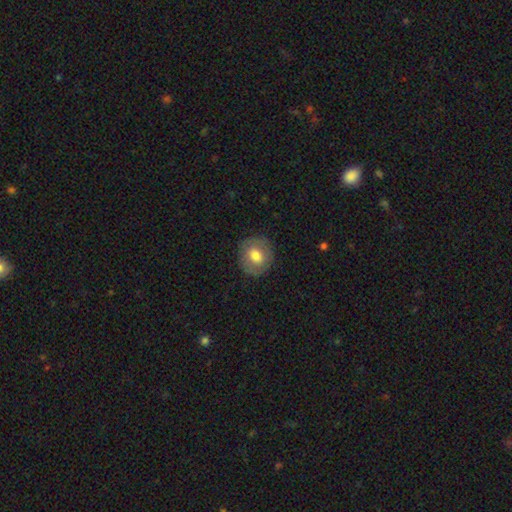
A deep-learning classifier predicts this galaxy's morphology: This is likely a smooth galaxy (70%). How rounded: clearly round (80%). Merging: clearly none (85%).